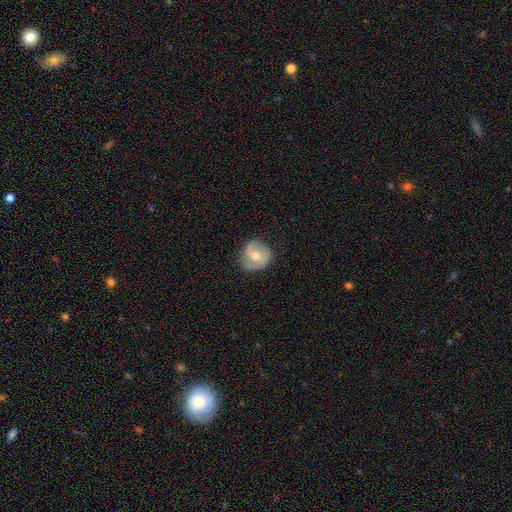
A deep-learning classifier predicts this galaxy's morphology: smooth-or-featured: featured or disk: 54% | smooth: 38% | star or artifact: 7%
  disk-edge-on: no: 97% | yes: 3%
    bar: no: 61% | weak: 30% | strong: 9%
    has-spiral-arms: yes: 72% | no: 28%
    bulge-size: moderate: 73% | small: 22% | large: 3% | none: 1% | dominant: 1%
  merging: none: 69% | minor disturbance: 23% | major disturbance: 7% | merger: 1%